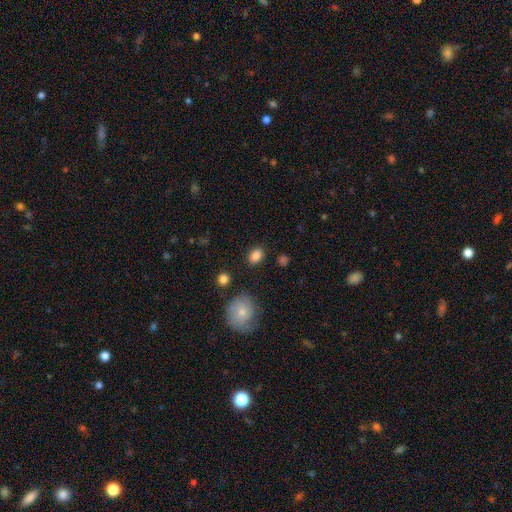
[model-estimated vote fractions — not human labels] Q: Smooth or featured?
A: smooth (85%); runner-up: star or artifact (9%)
Q: How rounded?
A: in between (71%); runner-up: round (28%)
Q: Merging?
A: none (84%); runner-up: minor disturbance (11%)